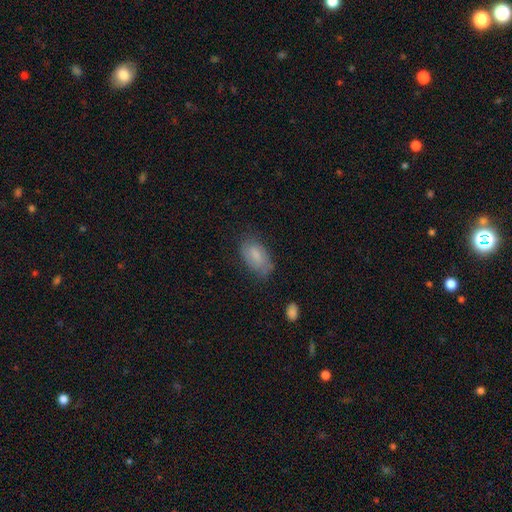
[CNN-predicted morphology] type=smooth (76%); roundness=in between (92%); merging=none (67%).